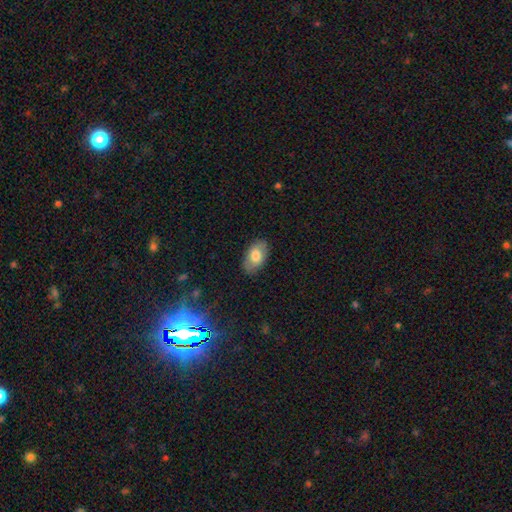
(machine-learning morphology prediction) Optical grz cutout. It shows a smooth galaxy with no disk features (74%) that is in between round and cigar-shaped (94%). Merging: none (84%).